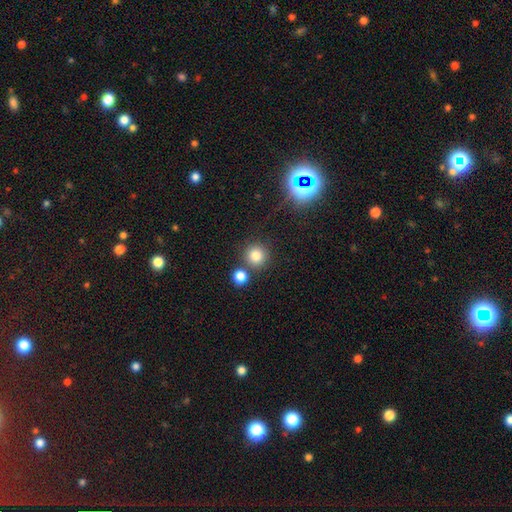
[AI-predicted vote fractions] A smooth galaxy with no disk features (78%) that is round (93%).

Vote fractions:
- Smooth or featured? smooth: 78% / star or artifact: 15% / featured or disk: 7%
- How rounded? round: 93% / in between: 6% / cigar-shaped: 1%
- Merging? none: 76% / merger: 14% / minor disturbance: 7% / major disturbance: 3%